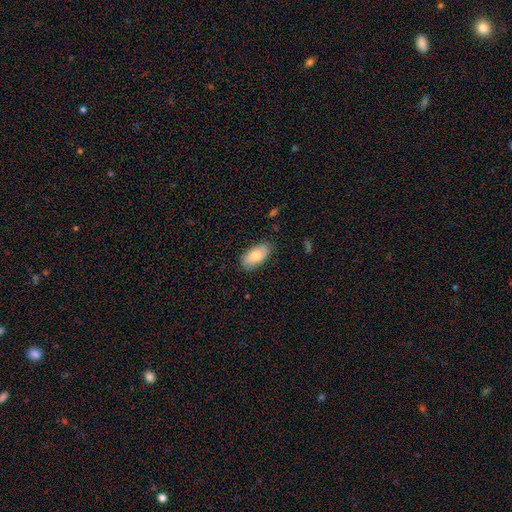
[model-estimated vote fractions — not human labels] Overall: smooth (80%). How rounded: in between (94%). Merging: none (81%).